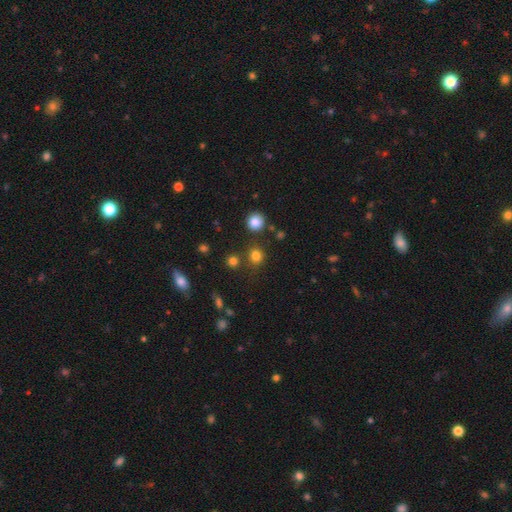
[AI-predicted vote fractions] The model was most divided on "smooth or featured": smooth: 79%, star or artifact: 16%, featured or disk: 5%. More confident: how rounded — round (88%); merging — none (82%).